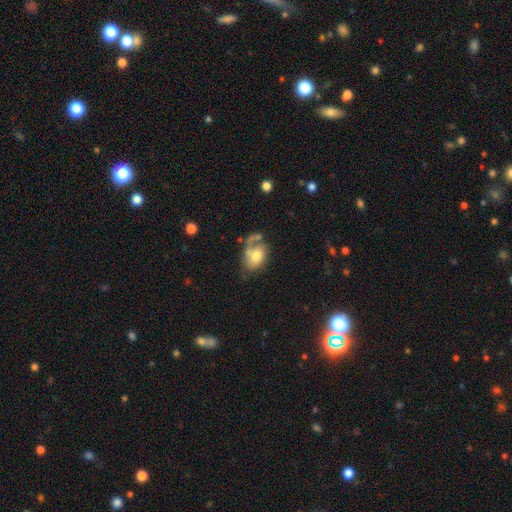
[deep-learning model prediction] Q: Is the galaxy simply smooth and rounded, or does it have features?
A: smooth — 55%.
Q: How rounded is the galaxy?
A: in between — 77%.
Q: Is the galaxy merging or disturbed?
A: none — 34%.